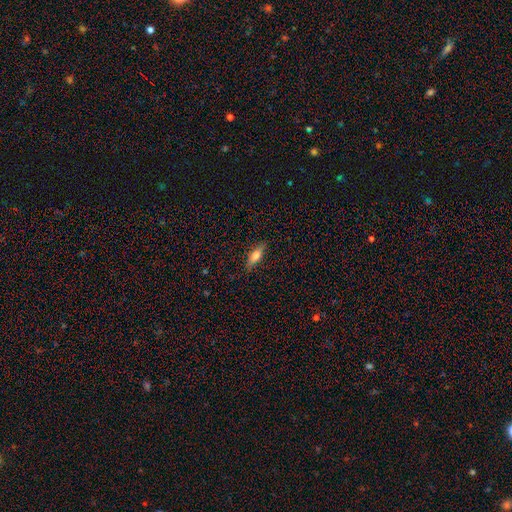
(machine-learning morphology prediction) smooth-or-featured: smooth: 65% | featured or disk: 28% | star or artifact: 7%
  how-rounded: in between: 52% | cigar-shaped: 45% | round: 3%
  merging: none: 83% | minor disturbance: 13% | major disturbance: 3% | merger: 1%